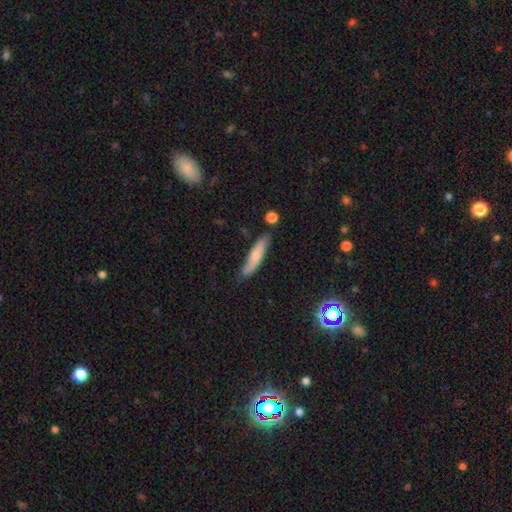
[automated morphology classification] Q: Smooth or featured?
A: smooth (68%); runner-up: featured or disk (26%)
Q: How rounded?
A: cigar-shaped (81%); runner-up: in between (17%)
Q: Merging?
A: none (73%); runner-up: minor disturbance (20%)